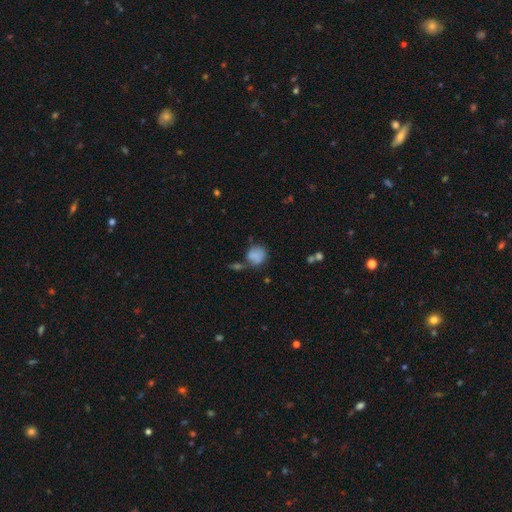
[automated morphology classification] This appears to be a smooth galaxy with no disk features (76%) that is round (72%). Merging: none (41%).